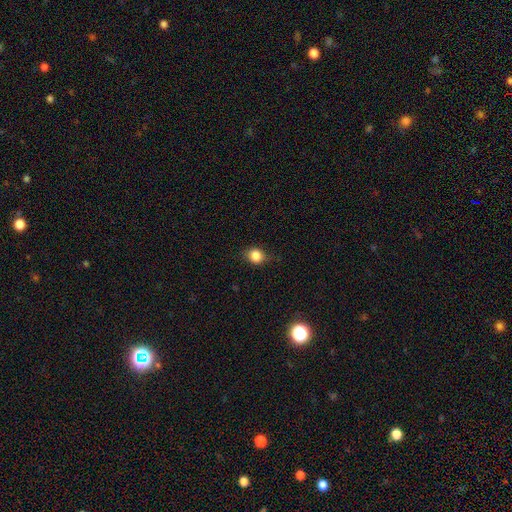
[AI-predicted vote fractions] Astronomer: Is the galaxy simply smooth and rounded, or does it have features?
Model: smooth — 83%.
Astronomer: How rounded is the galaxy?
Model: round — 68%.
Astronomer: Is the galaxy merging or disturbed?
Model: none — 75%.